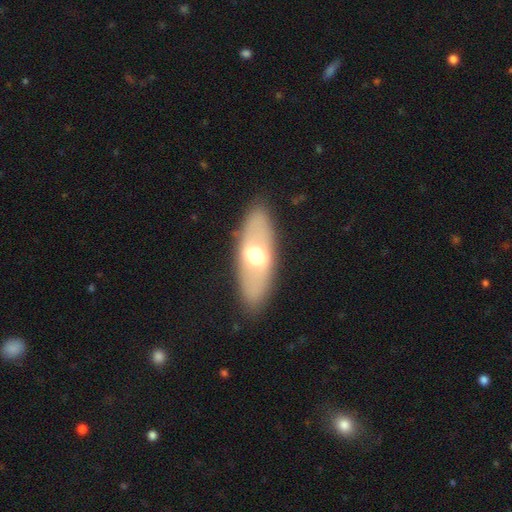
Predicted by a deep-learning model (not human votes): Smooth or featured: smooth — 52% (featured or disk — 41%)
How rounded: in between — 73% (cigar-shaped — 22%)
Merging: none — 86% (minor disturbance — 9%)